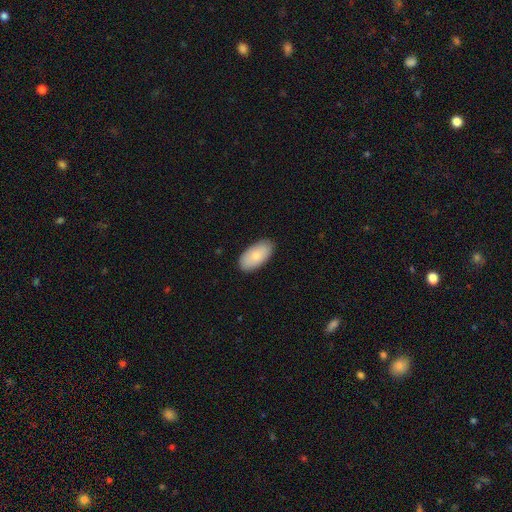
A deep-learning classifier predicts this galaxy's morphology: smooth-or-featured: smooth: 83% | featured or disk: 12% | star or artifact: 6%
  how-rounded: in between: 96% | cigar-shaped: 2% | round: 2%
  merging: none: 87% | minor disturbance: 10% | major disturbance: 2% | merger: 1%